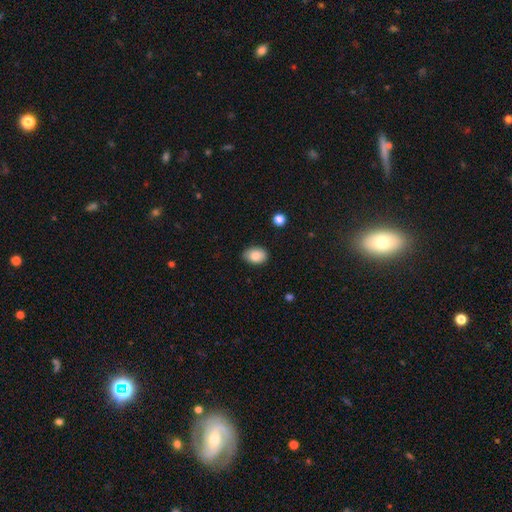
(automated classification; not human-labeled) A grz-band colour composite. It shows a smooth galaxy with no disk features (86%) that is in between round and cigar-shaped (78%). Merging: none (79%).